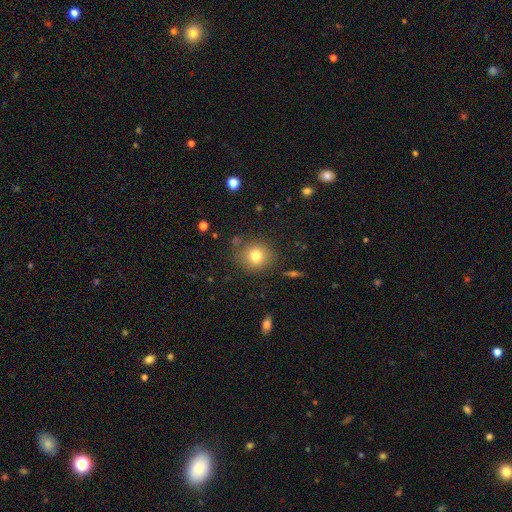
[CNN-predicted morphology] Smooth or featured? smooth (78%)
How rounded? round (86%)
Merging? none (82%)